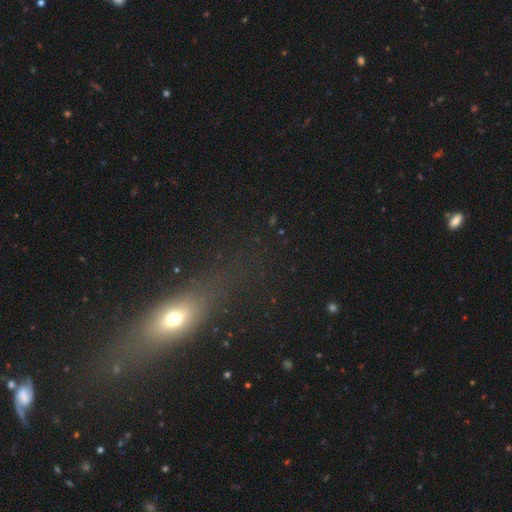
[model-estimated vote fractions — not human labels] Q: Smooth or featured?
A: smooth (47%); runner-up: star or artifact (28%)
Q: Merging?
A: none (77%); runner-up: minor disturbance (12%)